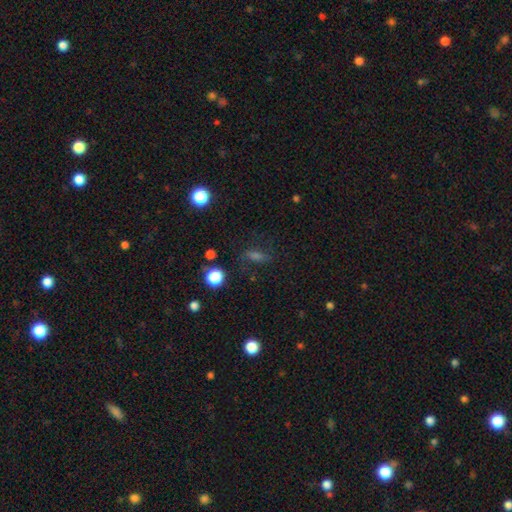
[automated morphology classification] smooth_or_featured: smooth (p=0.42) [alt: featured or disk p=0.30]
merging: none (p=0.72) [alt: minor disturbance p=0.16]